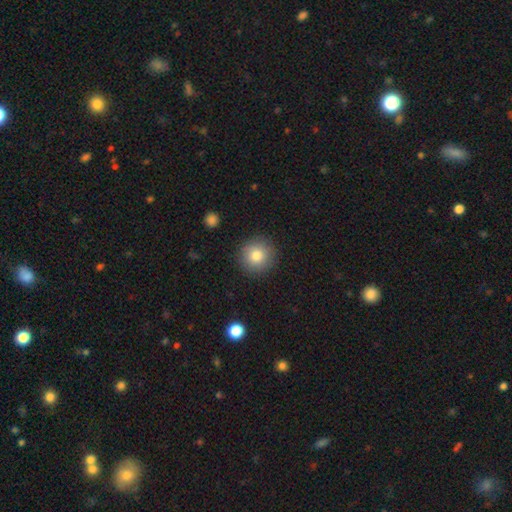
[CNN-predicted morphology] Smooth or featured? smooth (80%)
How rounded? round (94%)
Merging? none (90%)